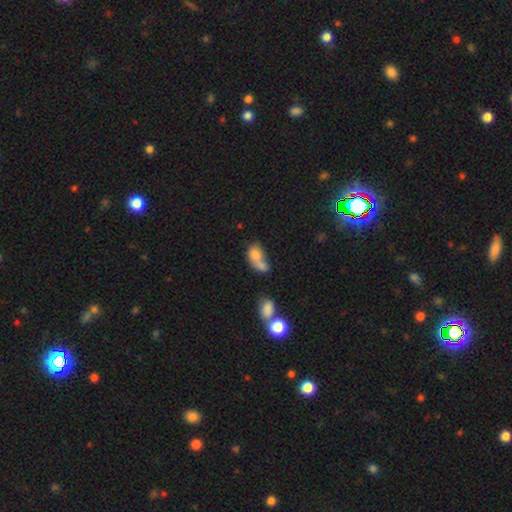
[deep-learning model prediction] Overall: smooth (72%). How rounded: in between (70%). Merging: merger (58%; none 20%).